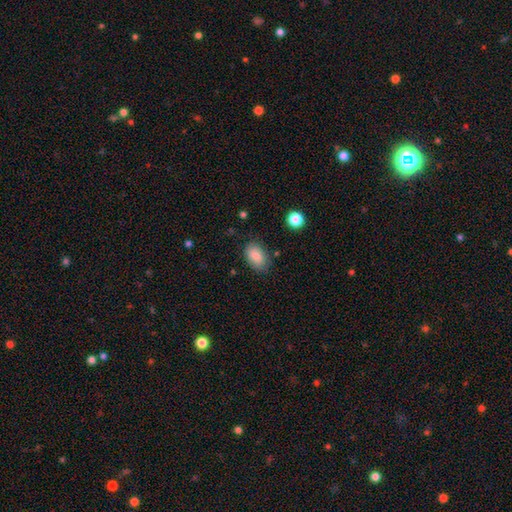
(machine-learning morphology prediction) Overall: smooth (86%). How rounded: in between (89%). Merging: none (78%).